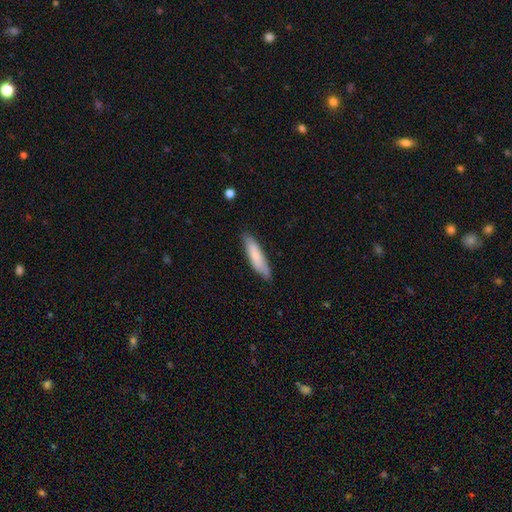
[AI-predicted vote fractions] Q: Smooth or featured?
A: smooth (73%); runner-up: featured or disk (21%)
Q: How rounded?
A: cigar-shaped (75%); runner-up: in between (24%)
Q: Merging?
A: none (82%); runner-up: minor disturbance (15%)